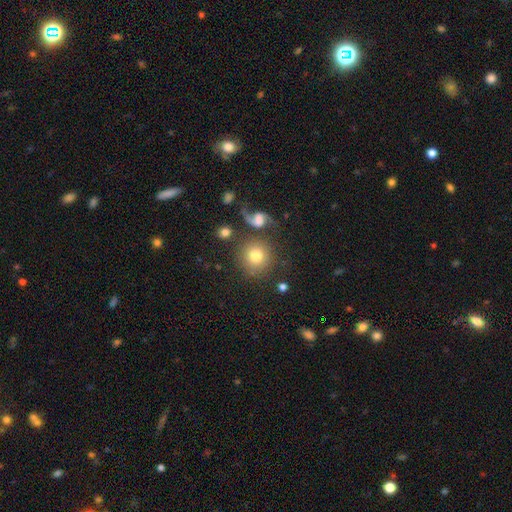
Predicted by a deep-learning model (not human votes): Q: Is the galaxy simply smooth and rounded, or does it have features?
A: smooth — 73%.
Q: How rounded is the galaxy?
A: round — 92%.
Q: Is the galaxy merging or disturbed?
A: none — 71%.